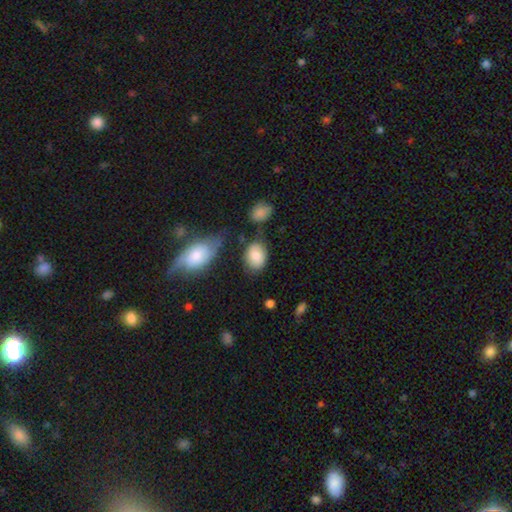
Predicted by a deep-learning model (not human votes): Smooth or featured? smooth (81%)
How rounded? in between (69%)
Merging? none (67%)